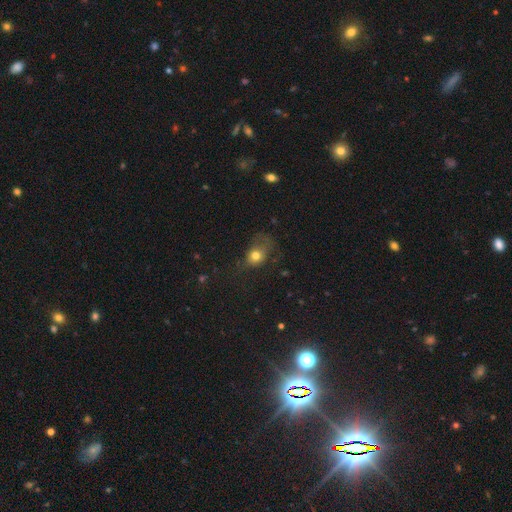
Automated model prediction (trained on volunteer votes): This appears to be a smooth galaxy with no disk features (72%) that is round (54%). Merging: none (37%).